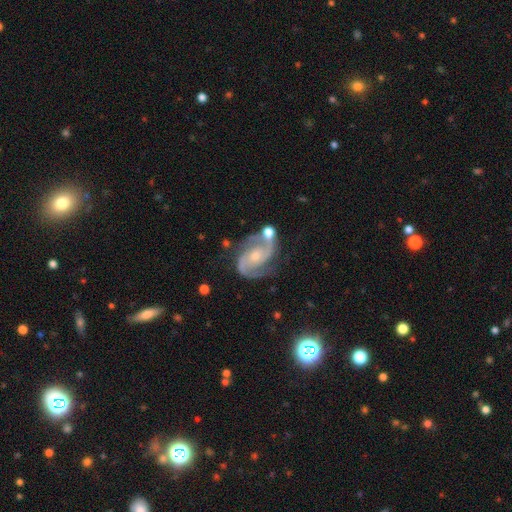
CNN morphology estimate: smooth-or-featured: featured or disk: 91% | star or artifact: 6% | smooth: 4%
  disk-edge-on: no: 98% | yes: 2%
    bar: no: 55% | weak: 34% | strong: 12%
    has-spiral-arms: yes: 98% | no: 2%
      spiral-winding: medium: 60% | tight: 25% | loose: 15%
      spiral-arm-count: 2: 92% | 3: 2% | can't tell: 2% | 1: 1% | 4: 1% | more than 4: 1%
    bulge-size: small: 58% | moderate: 35% | none: 4% | large: 2% | dominant: 1%
  merging: none: 66% | minor disturbance: 17% | merger: 10% | major disturbance: 7%